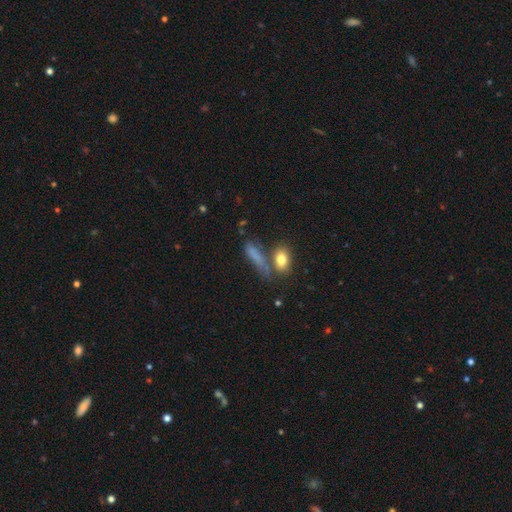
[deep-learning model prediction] The model was most divided on "how rounded": cigar-shaped: 54%, in between: 39%, round: 7%. Remaining: smooth or featured — smooth (68%); merging — none (49%).